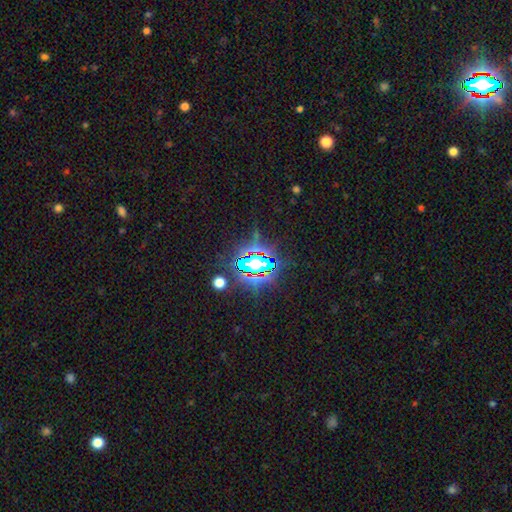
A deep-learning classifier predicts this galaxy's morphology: smooth-or-featured: star or artifact: 80% | smooth: 11% | featured or disk: 8%